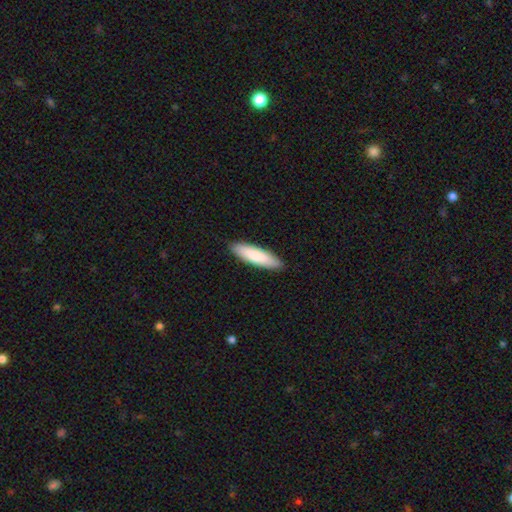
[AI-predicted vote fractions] smooth-or-featured: smooth: 83% | featured or disk: 12% | star or artifact: 5%
  how-rounded: cigar-shaped: 63% | in between: 36% | round: 1%
  merging: none: 89% | minor disturbance: 8% | major disturbance: 1% | merger: 1%